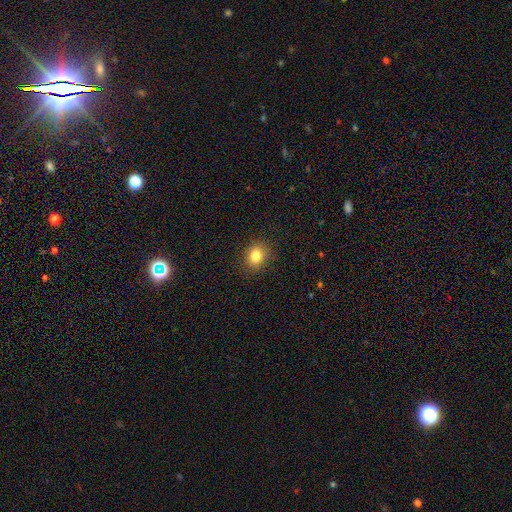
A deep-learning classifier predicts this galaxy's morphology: type=smooth (82%); roundness=round (63%); merging=none (88%).